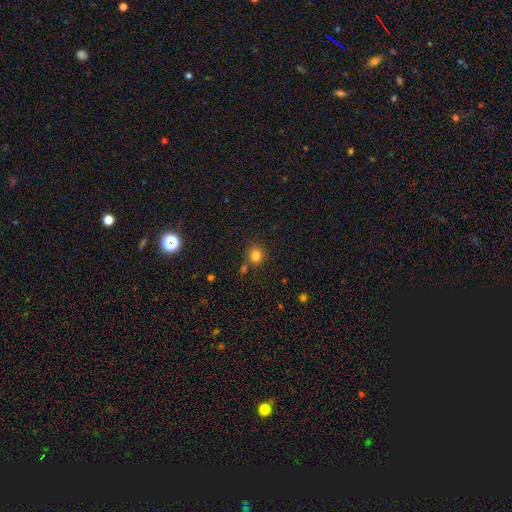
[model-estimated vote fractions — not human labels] smooth 81%, star or artifact 13%, featured or disk 6%. Down the decision tree: how rounded — round (86%); merging — none (73%).